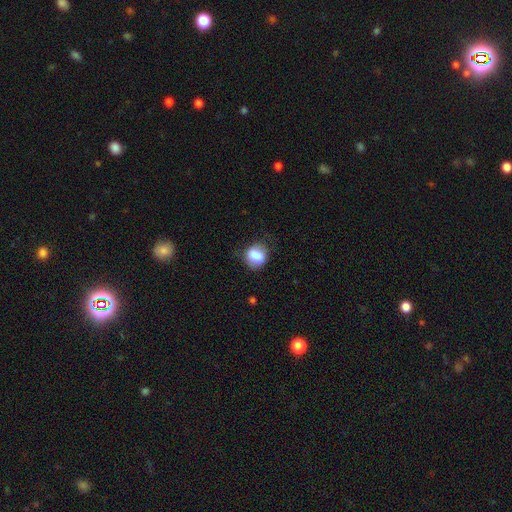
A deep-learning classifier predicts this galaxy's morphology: This appears to be a smooth galaxy with no disk features (82%) that is round (60%). Merging: none (64%).